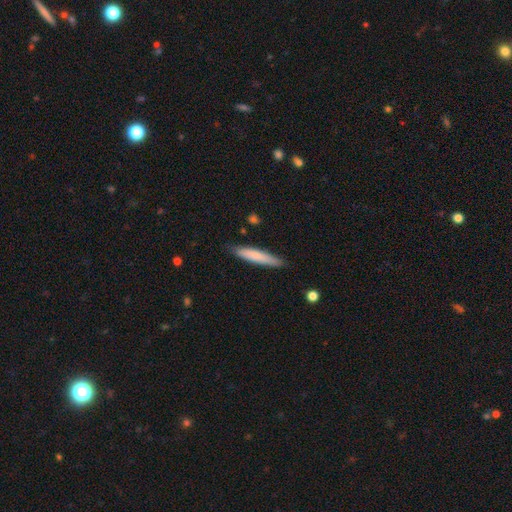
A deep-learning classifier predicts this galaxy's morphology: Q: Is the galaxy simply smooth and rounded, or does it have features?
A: smooth — 77%.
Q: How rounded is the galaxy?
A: cigar-shaped — 90%.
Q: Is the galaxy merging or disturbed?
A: none — 84%.